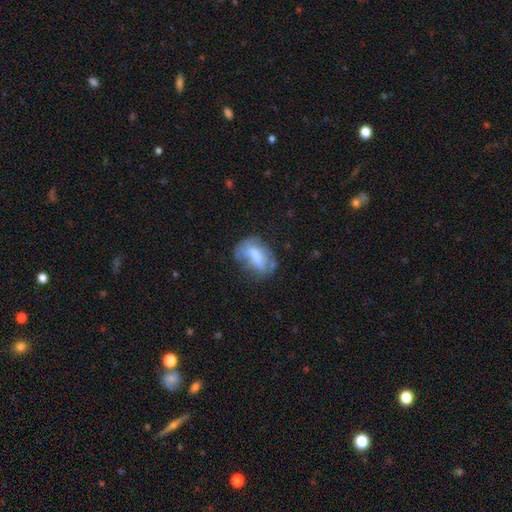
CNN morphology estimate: Overall: smooth (54%; featured or disk 37%). How rounded: in between (79%). Merging: none (42%; minor disturbance 29%).